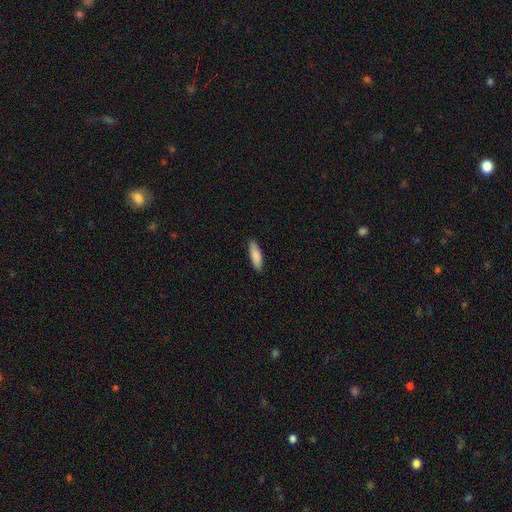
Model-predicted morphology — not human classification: smooth 87%, featured or disk 7%, star or artifact 5%. Down the decision tree: how rounded — cigar-shaped (51%); merging — none (87%).